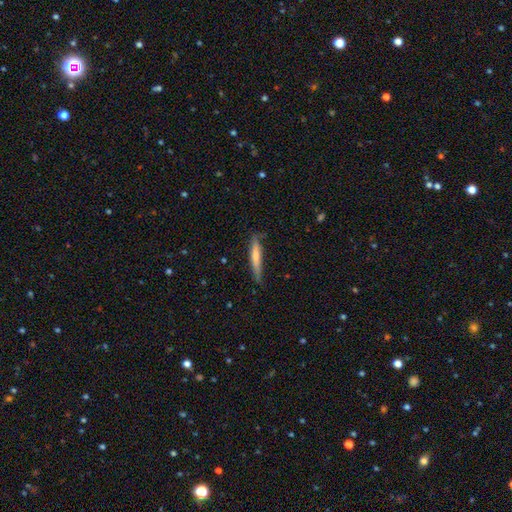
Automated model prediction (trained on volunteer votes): Smooth or featured?
  - featured or disk: 48% *
  - smooth: 44%
  - star or artifact: 8%
Merging?
  - none: 79% *
  - minor disturbance: 17%
  - major disturbance: 3%
  - merger: 2%